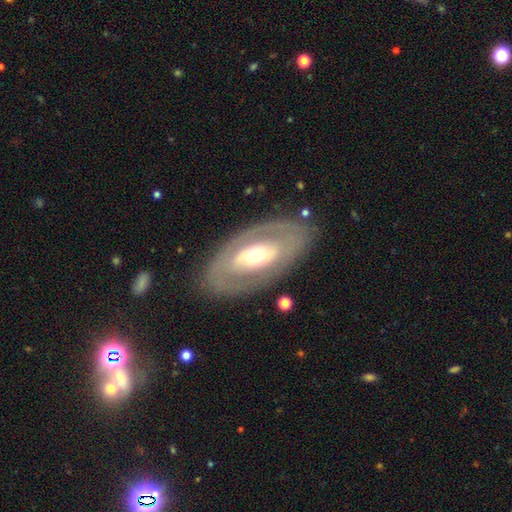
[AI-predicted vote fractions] Q: Smooth or featured?
A: featured or disk (68%); runner-up: smooth (26%)
Q: Edge-on disk?
A: no (90%); runner-up: yes (10%)
Q: Bar?
A: no (63%); runner-up: weak (21%)
Q: Spiral arms?
A: no (67%); runner-up: yes (33%)
Q: Bulge size?
A: moderate (54%); runner-up: small (35%)
Q: Merging?
A: none (80%); runner-up: minor disturbance (12%)